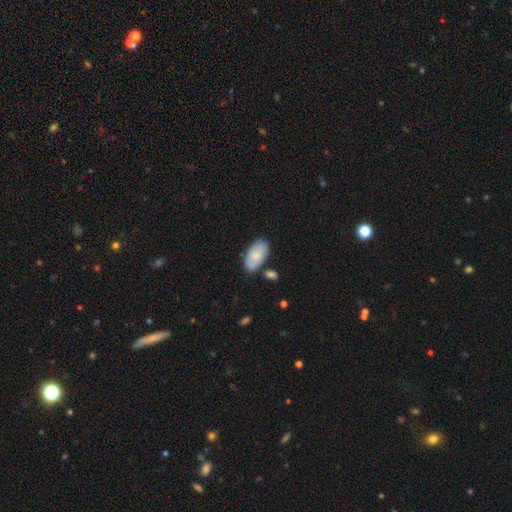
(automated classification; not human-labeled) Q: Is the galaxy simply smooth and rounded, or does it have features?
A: smooth — 80%.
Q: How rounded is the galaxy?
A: in between — 95%.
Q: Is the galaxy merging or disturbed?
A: none — 73%.